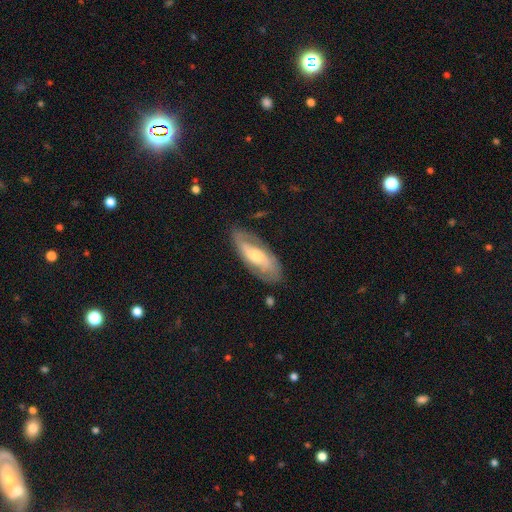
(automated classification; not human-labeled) smooth_or_featured: featured or disk (p=0.68) [alt: smooth p=0.26]
disk_edge_on: no (p=0.88) [alt: yes p=0.12]
bar: no (p=0.49) [alt: weak p=0.36]
has_spiral_arms: yes (p=0.85) [alt: no p=0.15]
spiral_winding: medium (p=0.41) [alt: tight p=0.36]
spiral_arm_count: 2 (p=0.73) [alt: can't tell p=0.17]
bulge_size: moderate (p=0.57) [alt: small p=0.34]
merging: none (p=0.77) [alt: minor disturbance p=0.16]